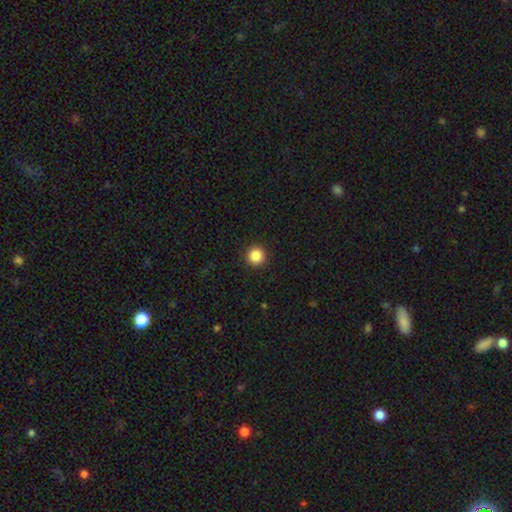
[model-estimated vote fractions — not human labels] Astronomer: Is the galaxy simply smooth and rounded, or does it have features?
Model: smooth — 87%.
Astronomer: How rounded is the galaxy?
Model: round — 96%.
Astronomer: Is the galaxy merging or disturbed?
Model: none — 93%.